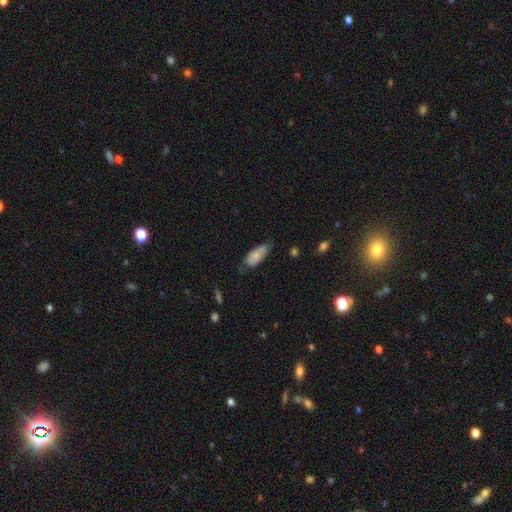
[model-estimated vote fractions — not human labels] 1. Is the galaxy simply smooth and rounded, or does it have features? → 74% smooth, 19% featured or disk, 6% star or artifact.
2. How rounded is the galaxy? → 85% in between, 13% cigar-shaped, 2% round.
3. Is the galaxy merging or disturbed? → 51% none, 37% minor disturbance, 9% major disturbance, 3% merger.